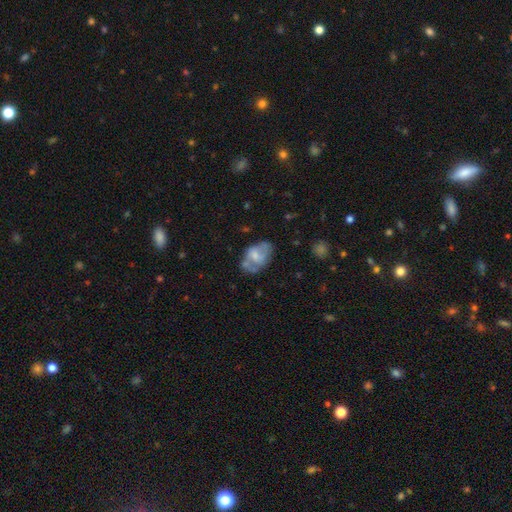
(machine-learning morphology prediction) Smooth or featured?
  - featured or disk: 50% *
  - smooth: 42%
  - star or artifact: 8%
Edge-on disk?
  - no: 96% *
  - yes: 4%
Merging?
  - none: 45% *
  - minor disturbance: 28%
  - major disturbance: 18%
  - merger: 8%